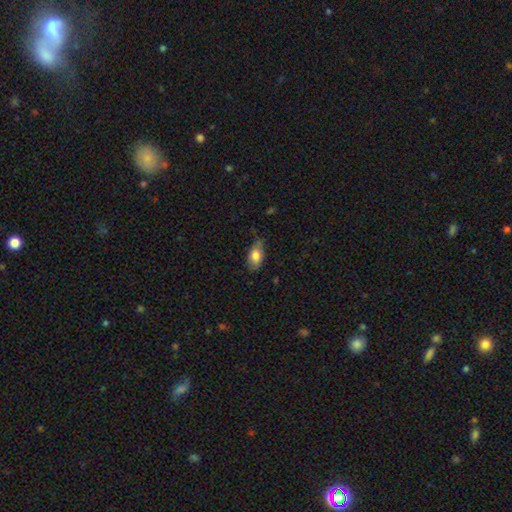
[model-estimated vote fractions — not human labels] This is likely a smooth galaxy (77%). How rounded: clearly in between (89%). Merging: likely none (69%).